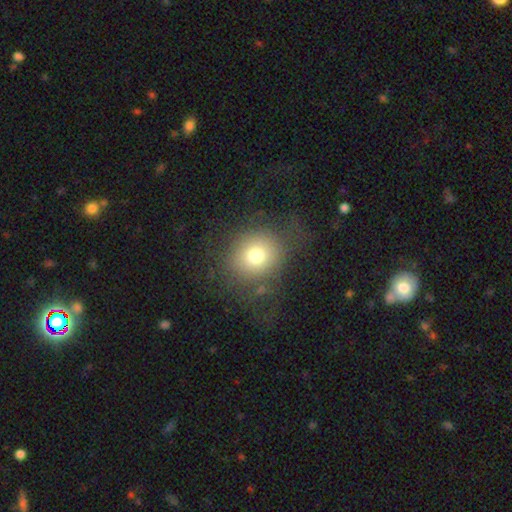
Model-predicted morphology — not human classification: This is likely a smooth galaxy (71%). How rounded: clearly round (83%). Merging: likely none (67%).